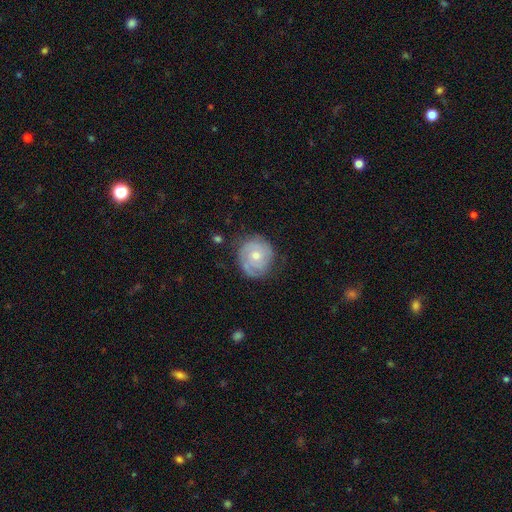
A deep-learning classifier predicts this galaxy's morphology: A featured or disk galaxy (71%) with no bar (79%), 2 (32%) tight (68%) spiral arms (89%) and a small central bulge (49%).

Vote fractions:
- Smooth or featured? featured or disk: 71% / smooth: 23% / star or artifact: 6%
- Edge-on disk? no: 98% / yes: 2%
- Bar? no: 79% / weak: 18% / strong: 3%
- Spiral arms? yes: 89% / no: 11%
- Spiral winding? tight: 68% / medium: 25% / loose: 8%
- Spiral arm count? 2: 32% / can't tell: 30% / 3: 20% / 1: 9% / 4: 5% / more than 4: 4%
- Bulge size? small: 49% / moderate: 47% / large: 2% / none: 1% / dominant: 1%
- Merging? none: 72% / minor disturbance: 20% / major disturbance: 7% / merger: 2%